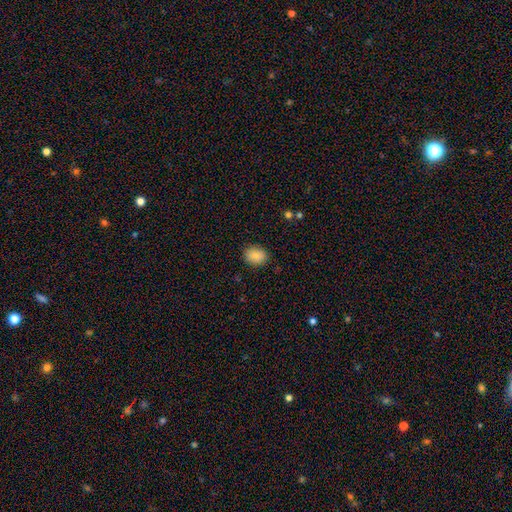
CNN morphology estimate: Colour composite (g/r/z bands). It shows a smooth galaxy with no disk features (86%) that is in between round and cigar-shaped (60%). Merging: none (88%).